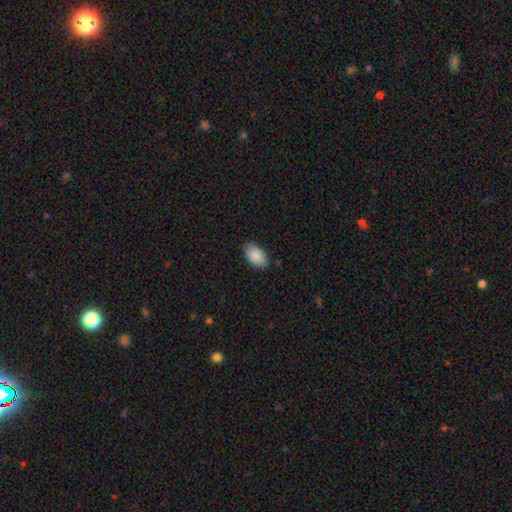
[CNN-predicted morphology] Q: Smooth or featured?
A: smooth (89%); runner-up: star or artifact (6%)
Q: How rounded?
A: in between (95%); runner-up: round (4%)
Q: Merging?
A: none (84%); runner-up: minor disturbance (13%)